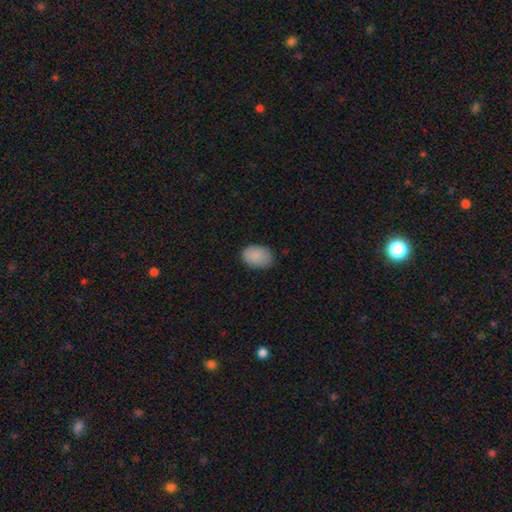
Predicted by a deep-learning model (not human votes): smooth 89%, star or artifact 7%, featured or disk 4%. Down the decision tree: how rounded — in between (78%); merging — none (81%).